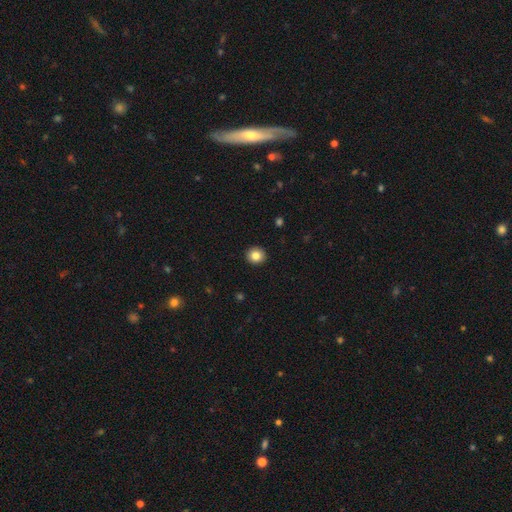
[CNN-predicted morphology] smooth 84%, star or artifact 9%, featured or disk 6%. Down the decision tree: how rounded — round (87%); merging — none (93%).